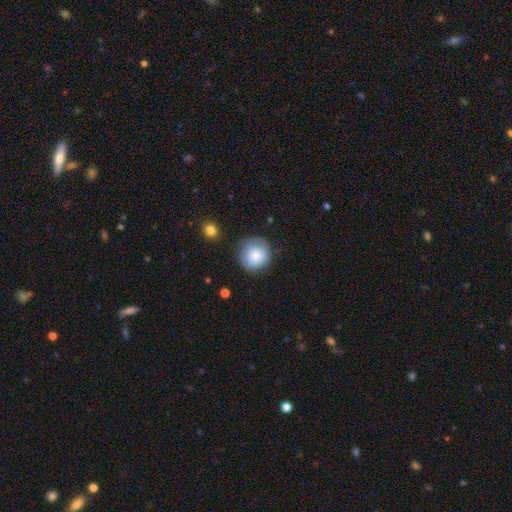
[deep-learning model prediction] Q: Smooth or featured?
A: smooth (68%); runner-up: featured or disk (24%)
Q: How rounded?
A: round (91%); runner-up: in between (8%)
Q: Merging?
A: none (69%); runner-up: minor disturbance (22%)